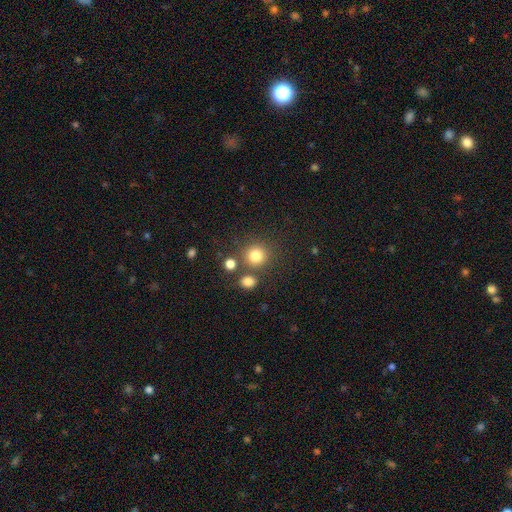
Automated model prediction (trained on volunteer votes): Morphology: type=smooth (80%); roundness=round (91%); merging=none (75%).